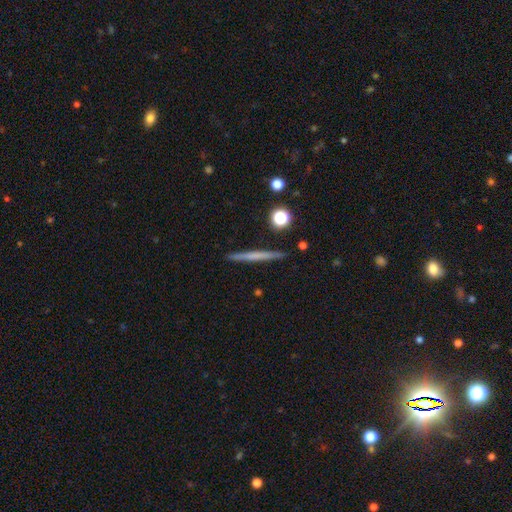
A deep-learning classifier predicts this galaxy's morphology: type=smooth (48%); merging=none (91%).